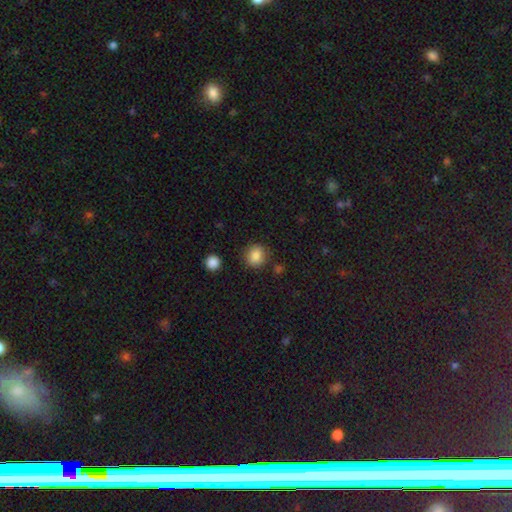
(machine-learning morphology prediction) A smooth galaxy with no disk features (86%) that is round (82%).

Vote fractions:
- Smooth or featured? smooth: 86% / star or artifact: 10% / featured or disk: 4%
- How rounded? round: 82% / in between: 17% / cigar-shaped: 1%
- Merging? none: 83% / minor disturbance: 11% / major disturbance: 3% / merger: 3%